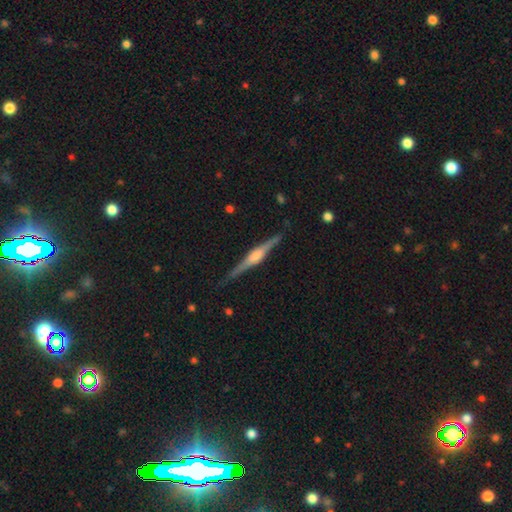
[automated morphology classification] smooth-or-featured: featured or disk: 85% | smooth: 10% | star or artifact: 5%
  disk-edge-on: yes: 98% | no: 2%
    edge-on-bulge: rounded: 80% | boxy: 16% | none: 4%
  merging: none: 89% | minor disturbance: 9% | major disturbance: 2% | merger: 1%